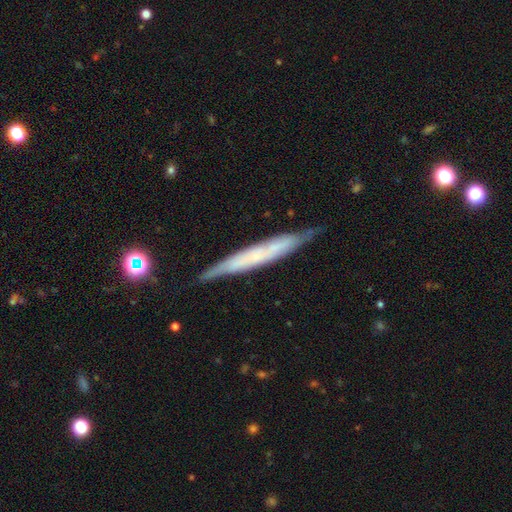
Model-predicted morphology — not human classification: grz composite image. It shows a featured or disk galaxy (56%) viewed edge-on (84%). Merging: none (79%).